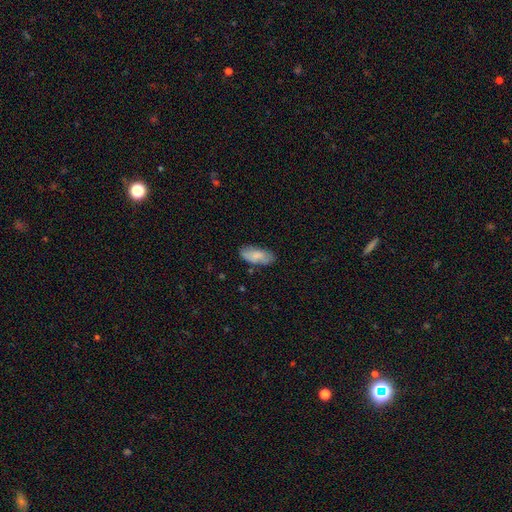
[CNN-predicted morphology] A smooth galaxy with no disk features (77%) that is in between round and cigar-shaped (87%).

Vote fractions:
- Smooth or featured? smooth: 77% / featured or disk: 16% / star or artifact: 7%
- How rounded? in between: 87% / cigar-shaped: 11% / round: 2%
- Merging? none: 71% / minor disturbance: 21% / major disturbance: 5% / merger: 2%